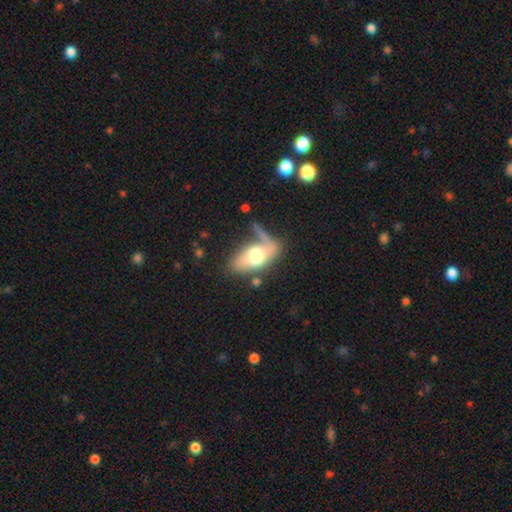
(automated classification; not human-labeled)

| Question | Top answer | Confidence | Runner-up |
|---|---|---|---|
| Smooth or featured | smooth | 60% | featured or disk (33%) |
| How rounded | in between | 86% | round (7%) |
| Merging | none | 40% | minor disturbance (22%) |